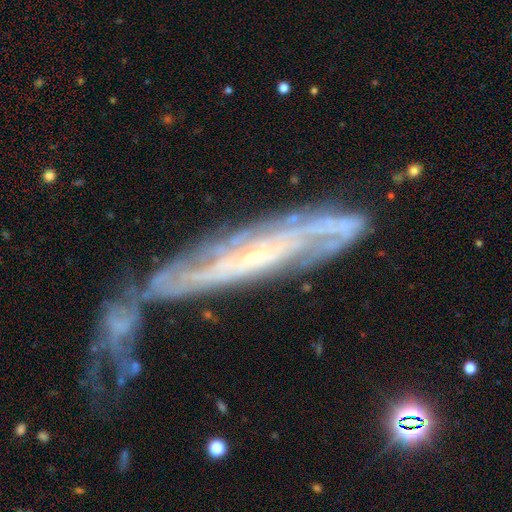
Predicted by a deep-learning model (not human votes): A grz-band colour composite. It shows a featured or disk galaxy (82%) with no bar (59%), spiral arms (91%) and a small central bulge (80%). Merging: none (56%).